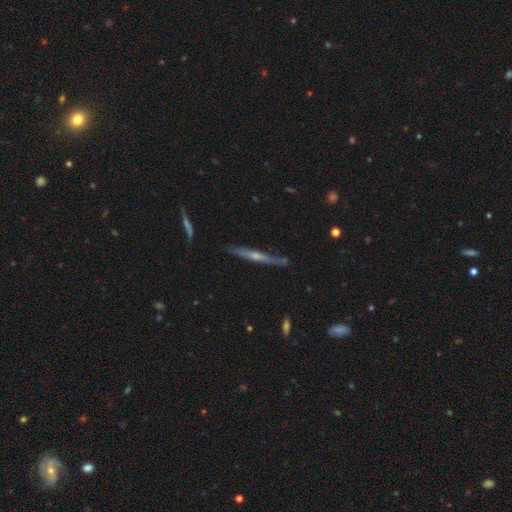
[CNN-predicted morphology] This appears to be a featured or disk galaxy (70%) viewed edge-on (96%) with a rounded central bulge (64%). Merging: none (80%).